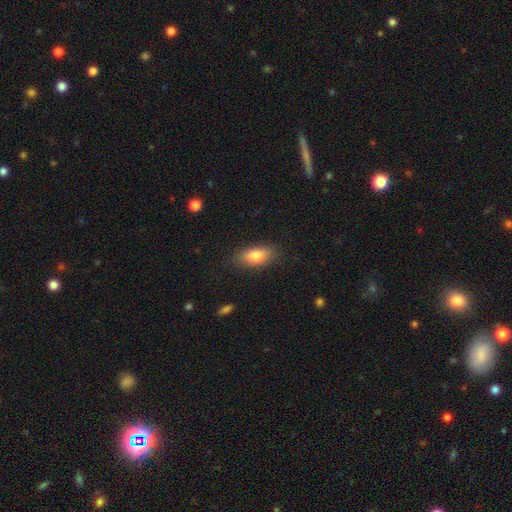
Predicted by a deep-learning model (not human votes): This is clearly a smooth galaxy (80%). How rounded: clearly in between (84%). Merging: clearly none (83%).